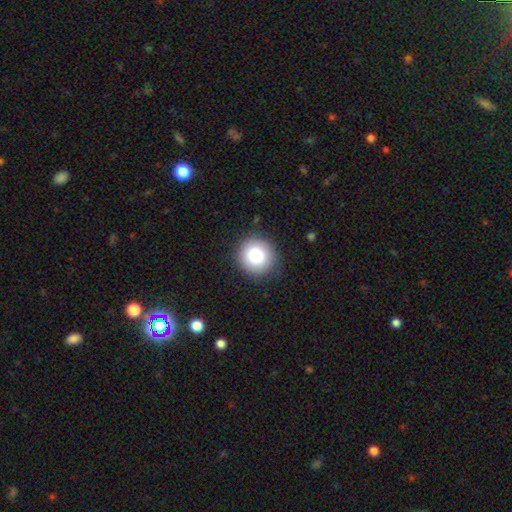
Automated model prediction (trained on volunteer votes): Smooth or featured?
  - smooth: 84% *
  - star or artifact: 8%
  - featured or disk: 7%
How rounded?
  - round: 92% *
  - in between: 7%
  - cigar-shaped: 1%
Merging?
  - none: 88% *
  - minor disturbance: 8%
  - major disturbance: 3%
  - merger: 1%